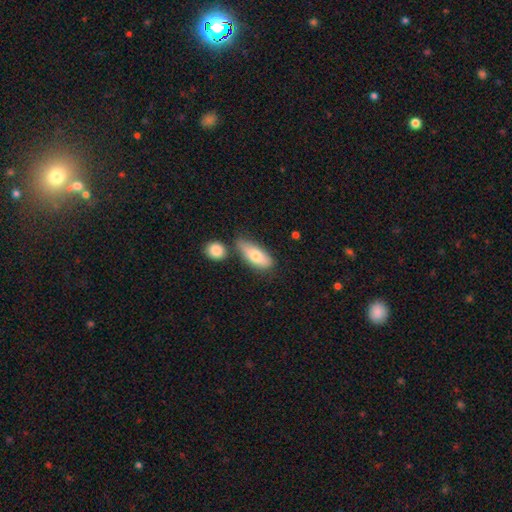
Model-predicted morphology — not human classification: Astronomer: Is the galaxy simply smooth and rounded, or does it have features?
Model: smooth — 73%.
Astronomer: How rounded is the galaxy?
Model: in between — 72%.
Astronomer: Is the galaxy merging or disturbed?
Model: none — 56%.